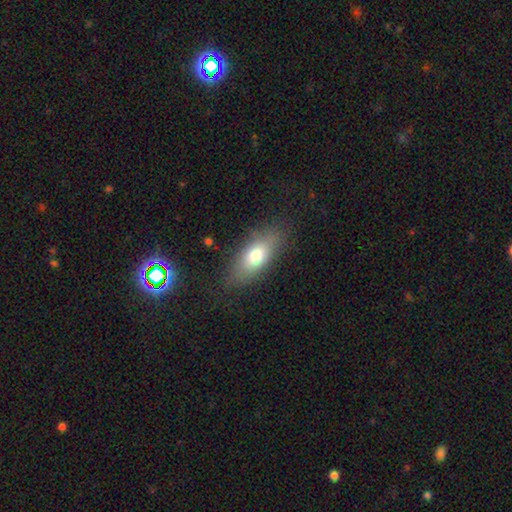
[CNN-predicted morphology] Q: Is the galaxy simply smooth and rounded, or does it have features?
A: smooth — 72%.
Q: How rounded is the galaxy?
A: in between — 81%.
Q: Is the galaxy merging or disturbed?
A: none — 79%.